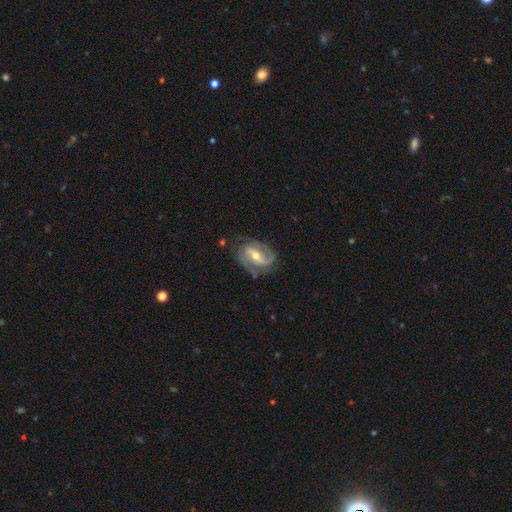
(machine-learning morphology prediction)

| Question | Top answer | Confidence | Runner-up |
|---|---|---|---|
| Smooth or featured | featured or disk | 86% | smooth (9%) |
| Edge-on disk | no | 96% | yes (4%) |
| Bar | strong | 46% | weak (38%) |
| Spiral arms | yes | 94% | no (6%) |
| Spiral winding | medium | 46% | loose (31%) |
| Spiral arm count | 2 | 81% | 1 (8%) |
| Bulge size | moderate | 56% | small (39%) |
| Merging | none | 69% | minor disturbance (20%) |